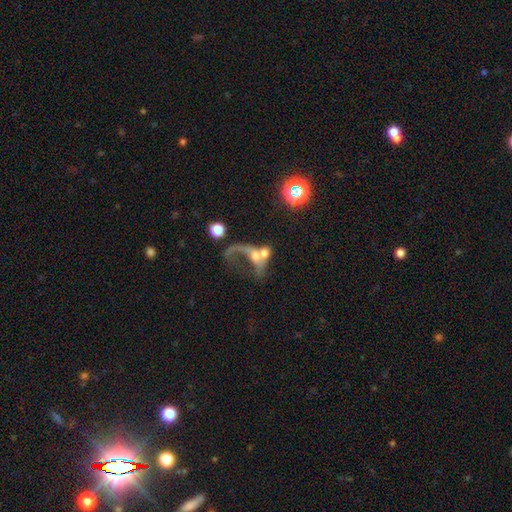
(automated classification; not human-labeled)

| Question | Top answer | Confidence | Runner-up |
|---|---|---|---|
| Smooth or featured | featured or disk | 50% | smooth (36%) |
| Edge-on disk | no | 93% | yes (7%) |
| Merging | merger | 50% | major disturbance (32%) |